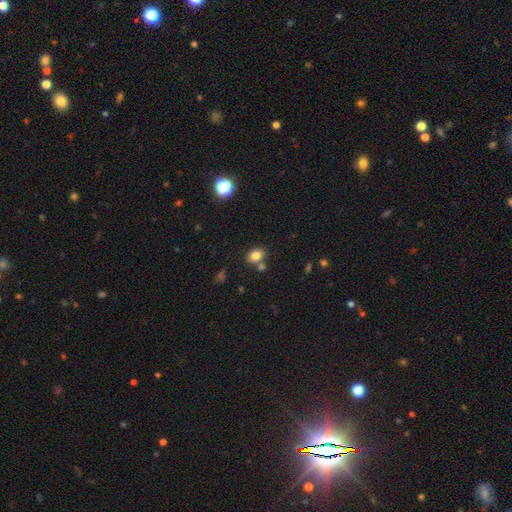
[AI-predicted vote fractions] smooth_or_featured: smooth (p=0.81) [alt: star or artifact p=0.12]
how_rounded: in between (p=0.64) [alt: round p=0.35]
merging: none (p=0.67) [alt: merger p=0.18]